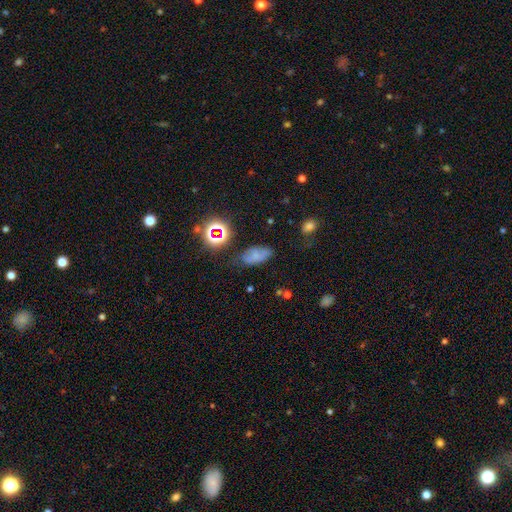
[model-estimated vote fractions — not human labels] This appears to be a smooth galaxy with no disk features (57%) that is in between round and cigar-shaped (88%). Merging: none (63%).